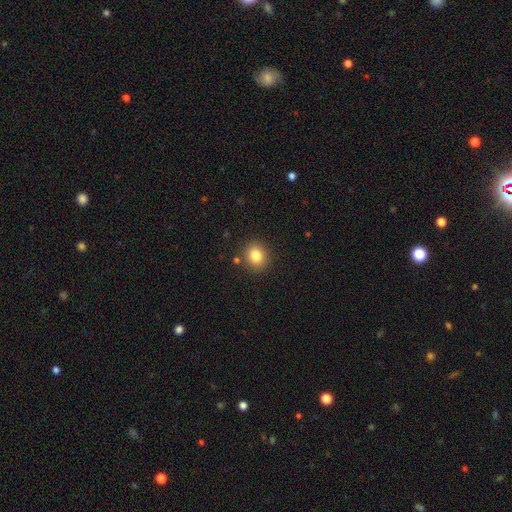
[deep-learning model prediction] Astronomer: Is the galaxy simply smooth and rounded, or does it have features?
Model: smooth — 82%.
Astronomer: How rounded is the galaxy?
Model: round — 77%.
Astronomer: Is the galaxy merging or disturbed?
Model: none — 87%.